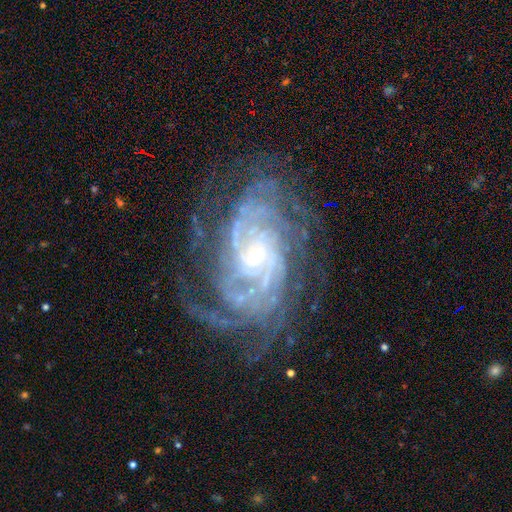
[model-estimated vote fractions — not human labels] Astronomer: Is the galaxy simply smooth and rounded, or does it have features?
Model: featured or disk — 91%.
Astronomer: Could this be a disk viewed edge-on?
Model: no — 97%.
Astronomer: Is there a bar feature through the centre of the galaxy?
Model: no — 66%.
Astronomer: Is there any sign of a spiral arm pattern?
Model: yes — 98%.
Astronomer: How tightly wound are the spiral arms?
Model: tight — 68%.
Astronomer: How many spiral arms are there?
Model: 4 — 22%, tied with can't tell at 22%.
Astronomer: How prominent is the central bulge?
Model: small — 81%.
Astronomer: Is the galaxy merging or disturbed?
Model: none — 73%.